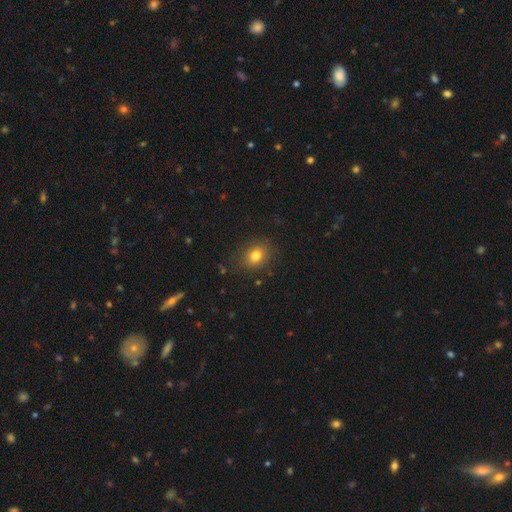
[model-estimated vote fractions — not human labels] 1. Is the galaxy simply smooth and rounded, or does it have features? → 79% smooth, 12% star or artifact, 9% featured or disk.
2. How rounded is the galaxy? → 53% in between, 46% round, 1% cigar-shaped.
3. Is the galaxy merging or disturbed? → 82% none, 12% minor disturbance, 4% major disturbance, 1% merger.